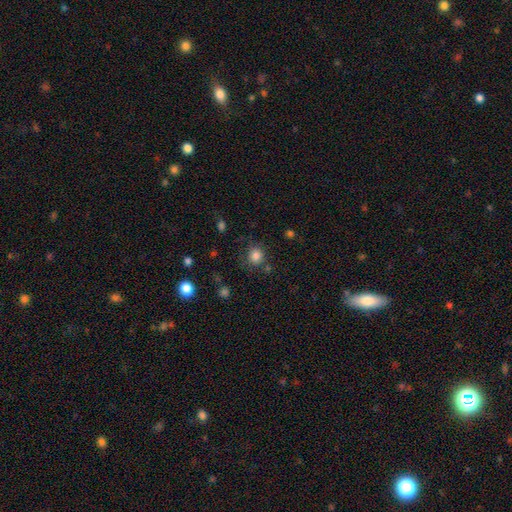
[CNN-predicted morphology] Smooth or featured: smooth — 82% (star or artifact — 12%)
How rounded: round — 88% (in between — 12%)
Merging: none — 77% (minor disturbance — 13%)